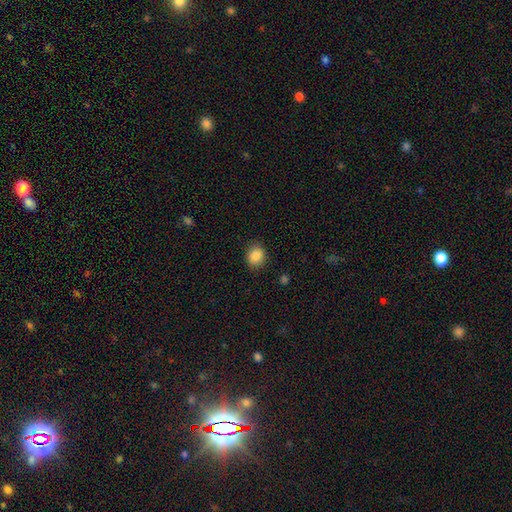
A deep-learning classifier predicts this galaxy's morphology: Smooth or featured? smooth (86%)
How rounded? round (68%)
Merging? none (88%)